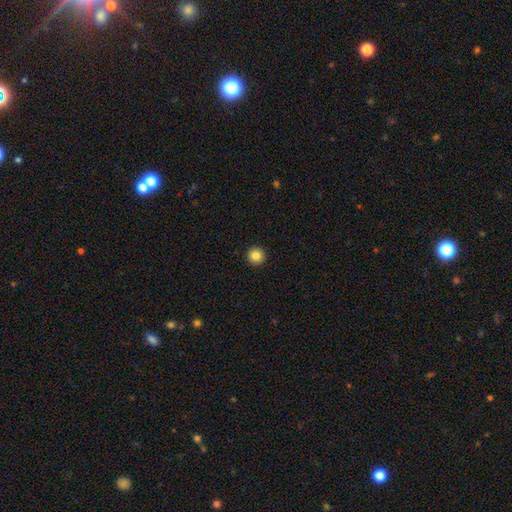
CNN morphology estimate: Smooth or featured?
  - smooth: 84% *
  - star or artifact: 10%
  - featured or disk: 6%
How rounded?
  - round: 96% *
  - in between: 3%
  - cigar-shaped: 1%
Merging?
  - none: 94% *
  - minor disturbance: 4%
  - major disturbance: 1%
  - merger: 1%